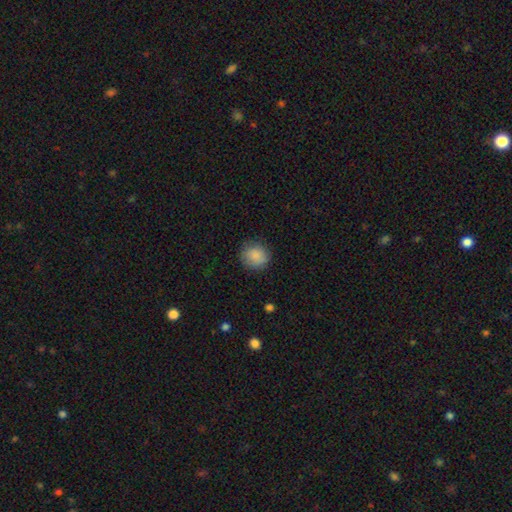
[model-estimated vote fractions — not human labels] A smooth galaxy with no disk features (87%) that is round (85%).

Vote fractions:
- Smooth or featured? smooth: 87% / star or artifact: 7% / featured or disk: 5%
- How rounded? round: 85% / in between: 14% / cigar-shaped: 1%
- Merging? none: 84% / minor disturbance: 12% / major disturbance: 3% / merger: 1%